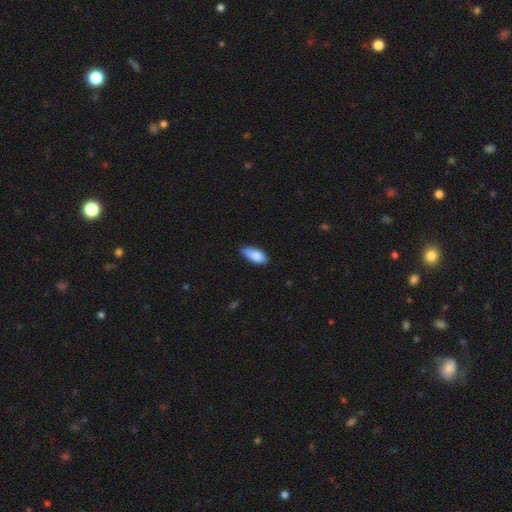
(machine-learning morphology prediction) type=smooth (85%); roundness=in between (87%); merging=none (68%).